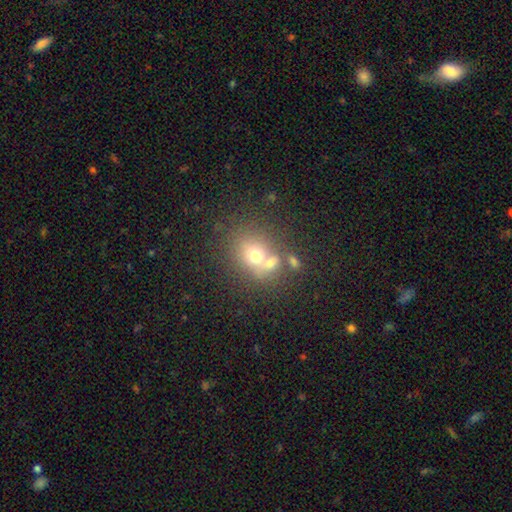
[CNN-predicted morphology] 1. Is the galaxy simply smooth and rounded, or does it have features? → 65% smooth, 20% featured or disk, 15% star or artifact.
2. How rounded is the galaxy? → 65% round, 34% in between, 1% cigar-shaped.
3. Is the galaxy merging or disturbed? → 43% none, 40% merger, 11% minor disturbance, 6% major disturbance.